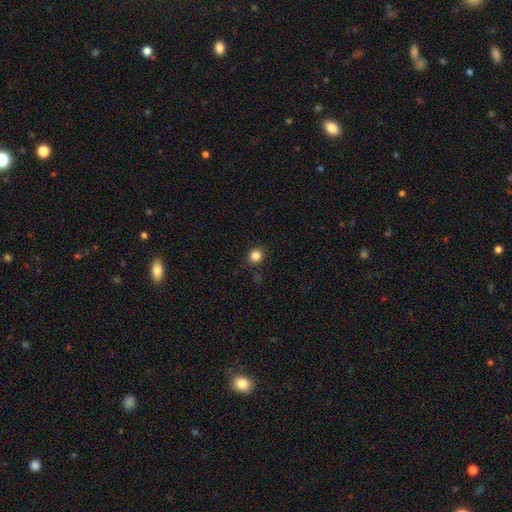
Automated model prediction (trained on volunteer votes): The model was most divided on "smooth or featured": smooth: 85%, star or artifact: 12%, featured or disk: 4%. More confident: merging — none (89%); how rounded — round (89%).